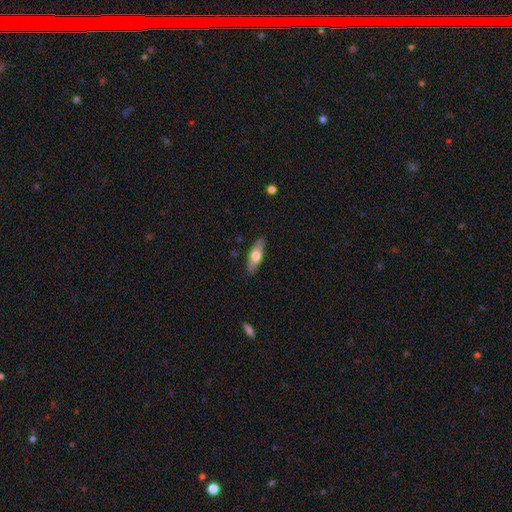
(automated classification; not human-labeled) Overall: smooth (61%; featured or disk 33%). How rounded: in between (60%; cigar-shaped 37%). Merging: none (87%).